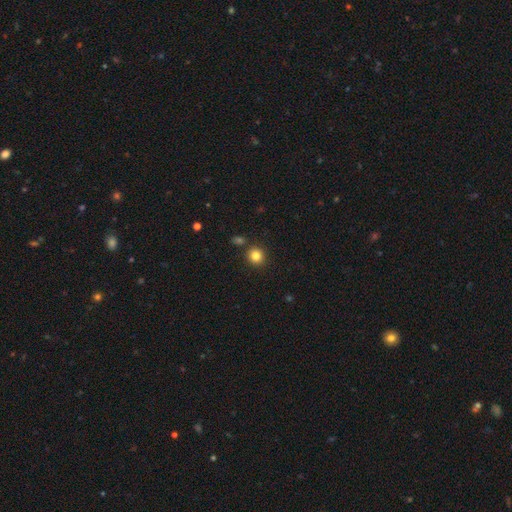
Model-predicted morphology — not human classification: smooth_or_featured: smooth (p=0.83) [alt: star or artifact p=0.12]
how_rounded: round (p=0.90) [alt: in between p=0.09]
merging: none (p=0.86) [alt: minor disturbance p=0.07]